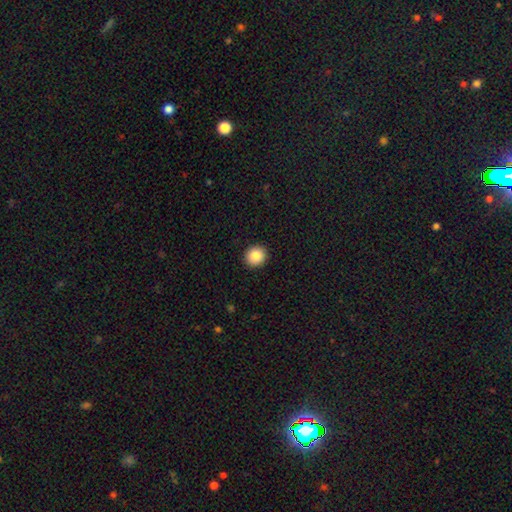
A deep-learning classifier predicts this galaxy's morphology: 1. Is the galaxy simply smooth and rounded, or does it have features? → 85% smooth, 9% star or artifact, 6% featured or disk.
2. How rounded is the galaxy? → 88% round, 11% in between, 1% cigar-shaped.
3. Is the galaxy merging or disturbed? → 93% none, 5% minor disturbance, 1% major disturbance, 1% merger.